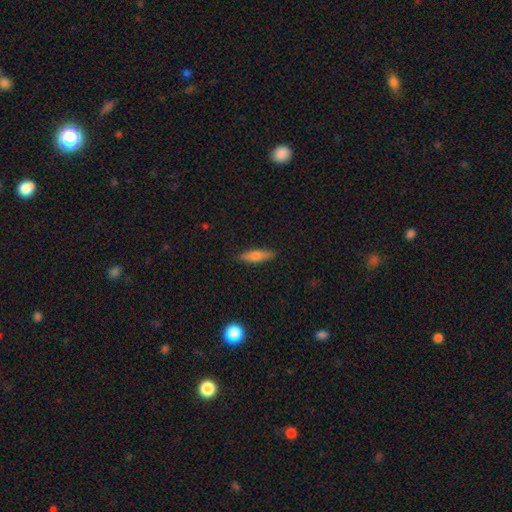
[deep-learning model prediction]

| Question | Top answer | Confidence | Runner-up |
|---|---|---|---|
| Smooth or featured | smooth | 67% | featured or disk (26%) |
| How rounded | cigar-shaped | 68% | in between (30%) |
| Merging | none | 88% | minor disturbance (9%) |